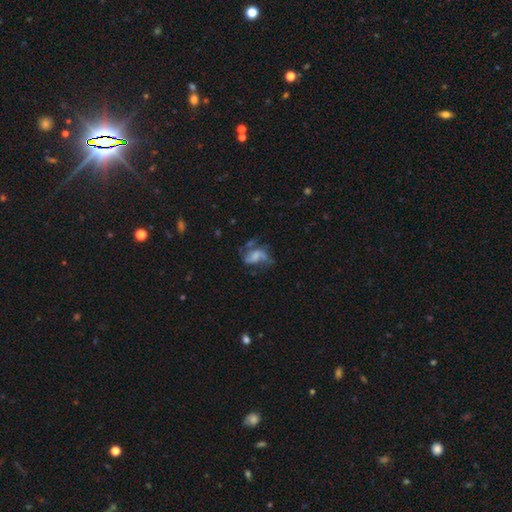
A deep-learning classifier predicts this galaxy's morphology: The model was most divided on "merging": major disturbance: 34%, none: 33%, minor disturbance: 22%, merger: 11%. Remaining: edge-on disk — no (97%); spiral arms — yes (62%); bar — no (60%); smooth or featured — featured or disk (54%); bulge size — none (34%).